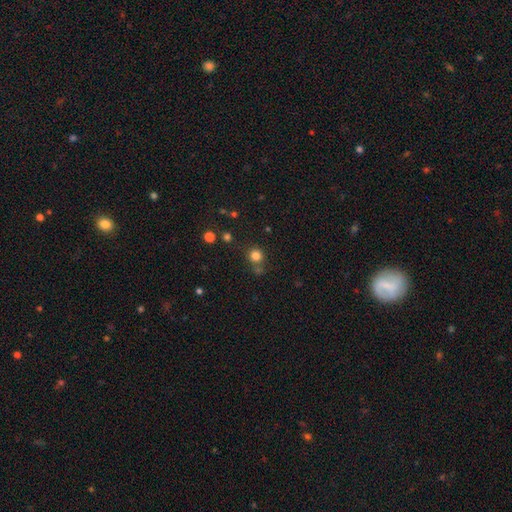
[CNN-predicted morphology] Smooth or featured: smooth — 79% (star or artifact — 15%)
How rounded: round — 90% (in between — 9%)
Merging: none — 70% (merger — 14%)